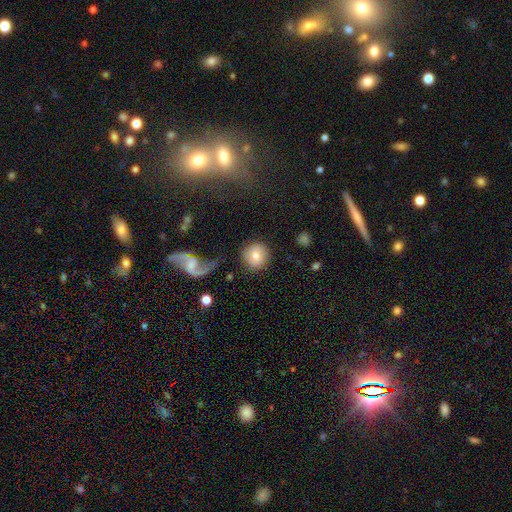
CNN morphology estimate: smooth_or_featured: smooth (p=0.69) [alt: featured or disk p=0.23]
how_rounded: round (p=0.90) [alt: in between p=0.09]
merging: none (p=0.79) [alt: minor disturbance p=0.10]